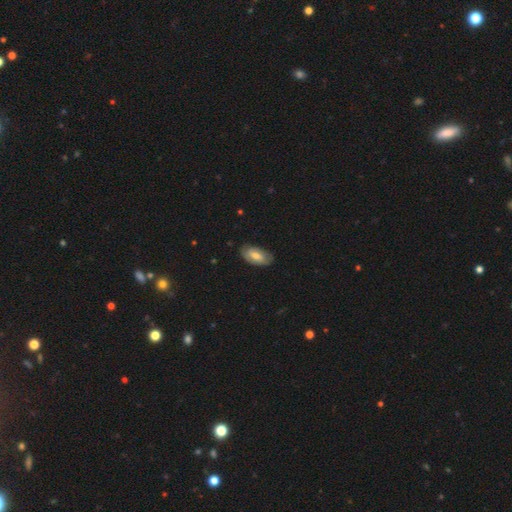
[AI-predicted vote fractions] A smooth galaxy with no disk features (57%) that is in between round and cigar-shaped (93%). Merging: none (80%).